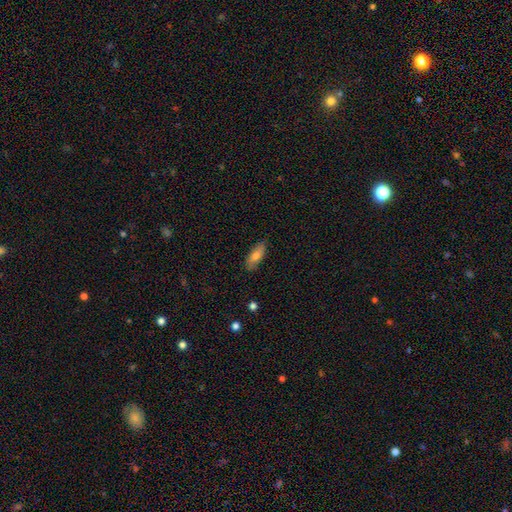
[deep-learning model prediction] smooth_or_featured: smooth (p=0.76) [alt: featured or disk p=0.17]
how_rounded: in between (p=0.72) [alt: cigar-shaped p=0.26]
merging: none (p=0.82) [alt: minor disturbance p=0.14]